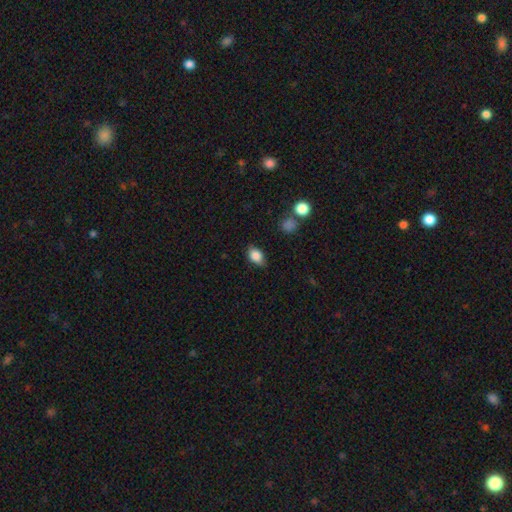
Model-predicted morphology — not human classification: A smooth galaxy with no disk features (84%) that is in between round and cigar-shaped (82%). Merging: none (78%).